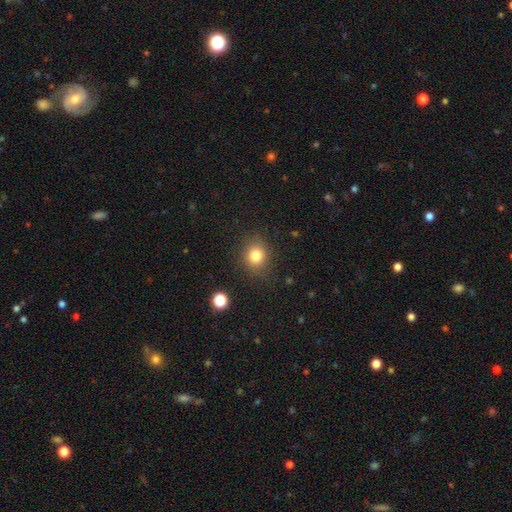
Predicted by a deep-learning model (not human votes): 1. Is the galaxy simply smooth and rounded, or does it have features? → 80% smooth, 13% star or artifact, 7% featured or disk.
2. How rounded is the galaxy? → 74% round, 25% in between, 1% cigar-shaped.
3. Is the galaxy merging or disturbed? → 84% none, 11% minor disturbance, 4% major disturbance, 2% merger.